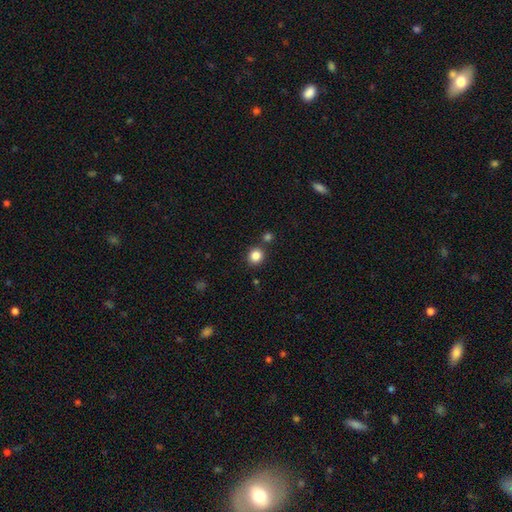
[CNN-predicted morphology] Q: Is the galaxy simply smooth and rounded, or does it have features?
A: smooth — 85%.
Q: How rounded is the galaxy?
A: round — 87%.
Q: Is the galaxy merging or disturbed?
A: none — 83%.